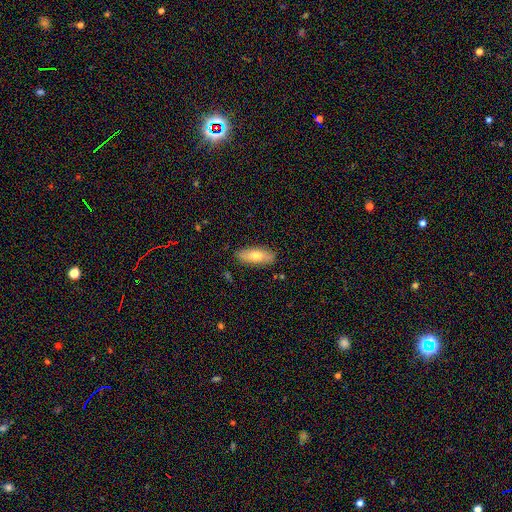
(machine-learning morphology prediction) Smooth or featured? smooth (70%)
How rounded? in between (75%)
Merging? none (85%)